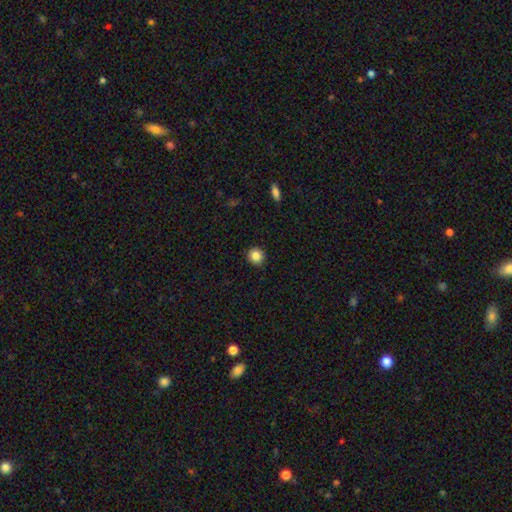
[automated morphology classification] smooth-or-featured: smooth: 85% | star or artifact: 10% | featured or disk: 4%
  how-rounded: round: 90% | in between: 10% | cigar-shaped: 1%
  merging: none: 91% | minor disturbance: 6% | major disturbance: 2% | merger: 1%